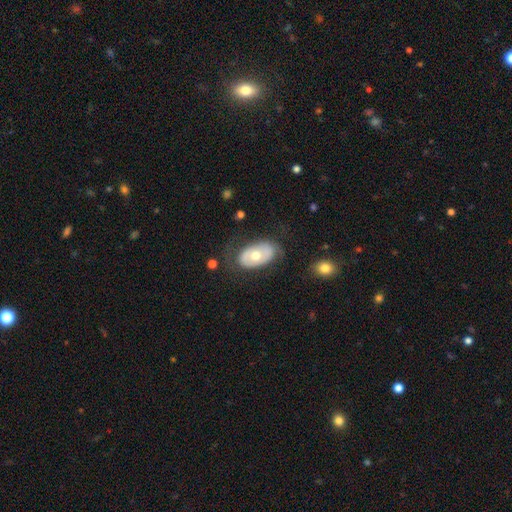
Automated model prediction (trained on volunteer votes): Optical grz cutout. It shows a smooth galaxy with no disk features (49%). Merging: none (68%).